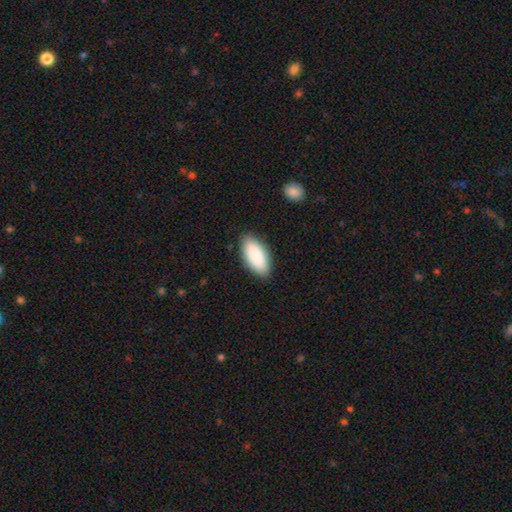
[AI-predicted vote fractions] Smooth or featured?
  - smooth: 89% *
  - star or artifact: 6%
  - featured or disk: 5%
How rounded?
  - in between: 91% *
  - cigar-shaped: 7%
  - round: 2%
Merging?
  - none: 87% *
  - minor disturbance: 10%
  - major disturbance: 2%
  - merger: 1%